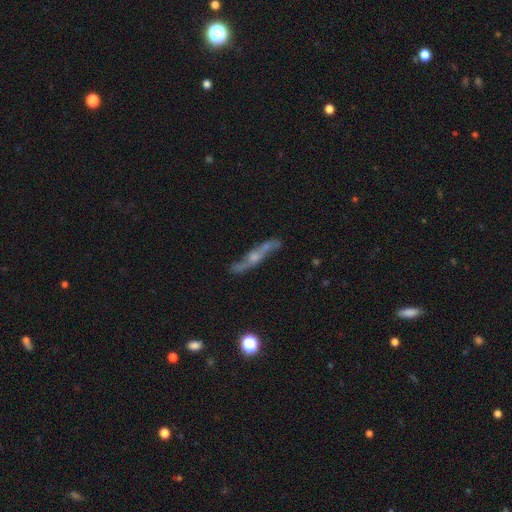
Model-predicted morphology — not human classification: Smooth or featured?
  - featured or disk: 72% *
  - smooth: 19%
  - star or artifact: 9%
Edge-on disk?
  - yes: 64% *
  - no: 36%
Merging?
  - none: 74% *
  - minor disturbance: 17%
  - major disturbance: 6%
  - merger: 3%